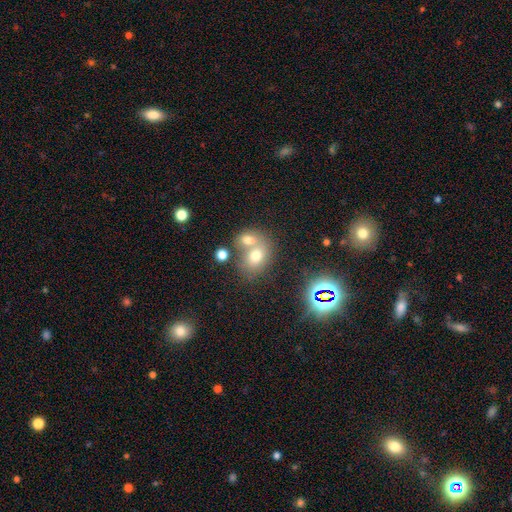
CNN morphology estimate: Q: Smooth or featured?
A: smooth (68%); runner-up: featured or disk (19%)
Q: How rounded?
A: in between (55%); runner-up: round (44%)
Q: Merging?
A: merger (55%); runner-up: none (32%)